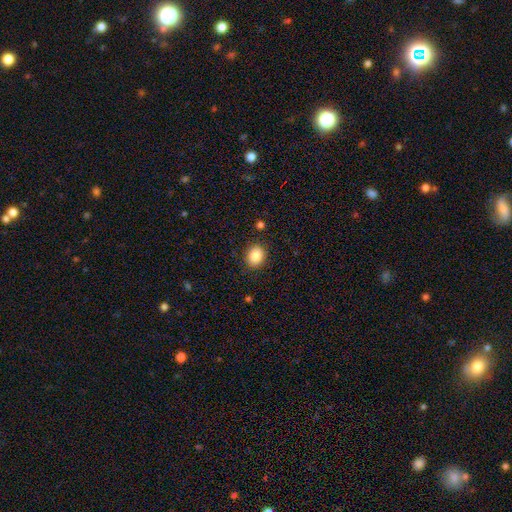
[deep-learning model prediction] A smooth galaxy with no disk features (88%) that is round (53%). Merging: none (88%).